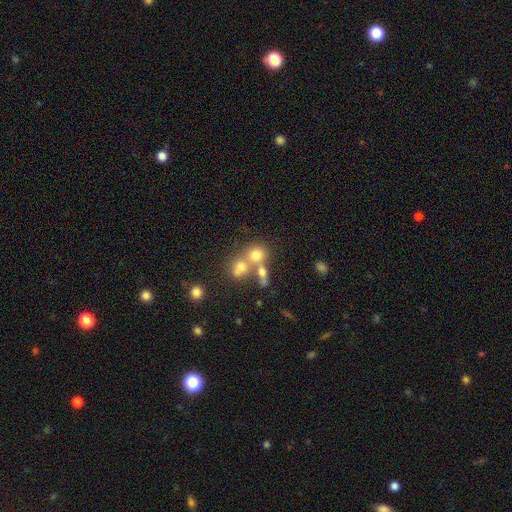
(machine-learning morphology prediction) This is likely a smooth galaxy (68%). How rounded: likely round (75%). Merging: possibly merger (48%).